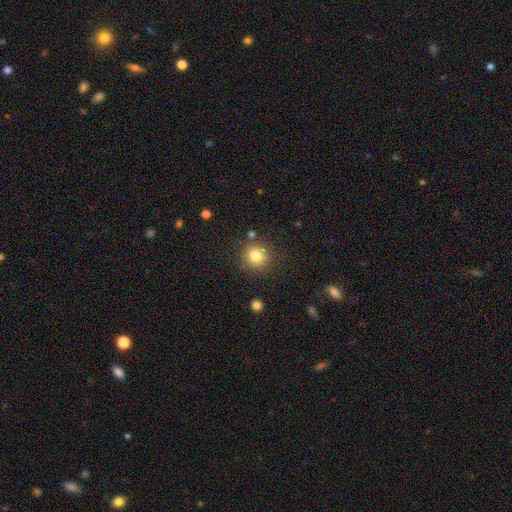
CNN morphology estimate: This is clearly a smooth galaxy (81%). How rounded: clearly round (90%). Merging: clearly none (85%).